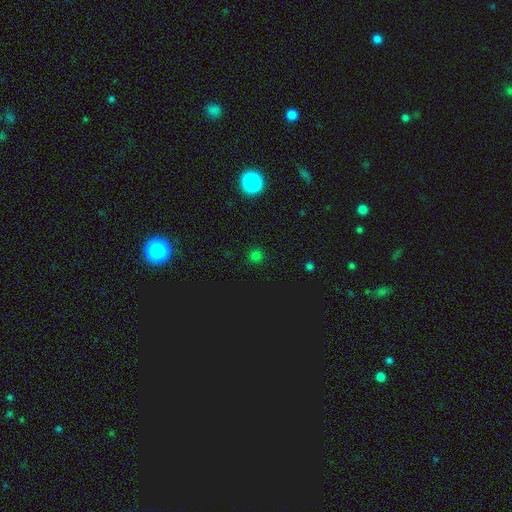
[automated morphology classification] The model was most divided on "smooth or featured": smooth: 65%, star or artifact: 31%, featured or disk: 4%. More confident: how rounded — round (94%); merging — none (90%).